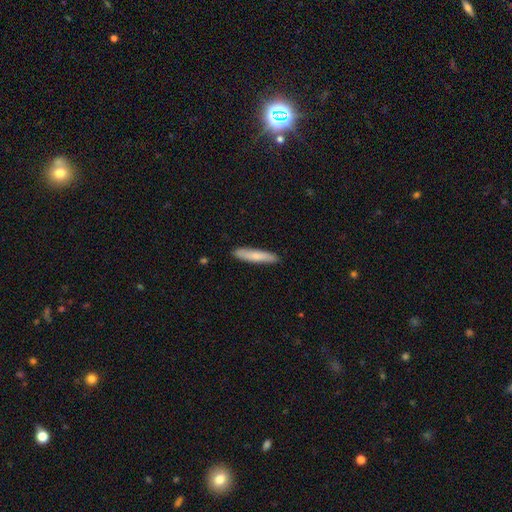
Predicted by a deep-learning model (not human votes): This is likely a smooth galaxy (76%). How rounded: clearly cigar-shaped (88%). Merging: clearly none (89%).